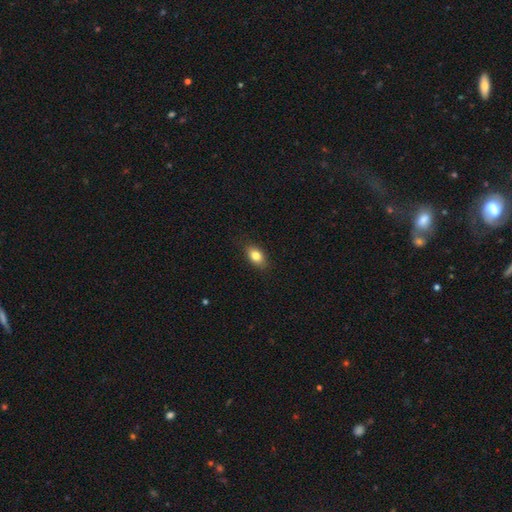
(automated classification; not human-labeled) Smooth or featured? Predicted: smooth (p=0.81). How rounded? Predicted: in between (p=0.86). Merging? Predicted: none (p=0.86).